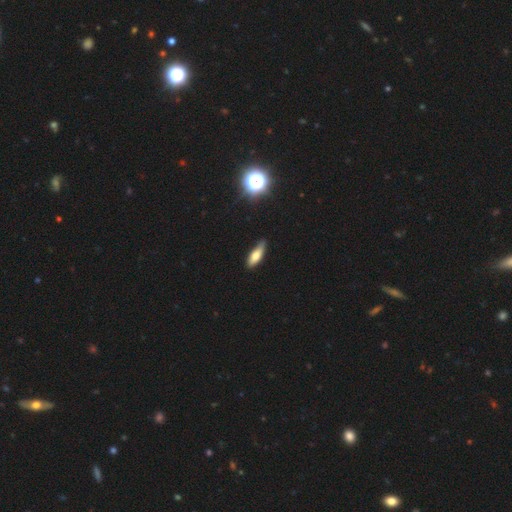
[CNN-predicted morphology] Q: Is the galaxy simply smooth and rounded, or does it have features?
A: smooth — 69%.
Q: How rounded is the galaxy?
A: in between — 53%.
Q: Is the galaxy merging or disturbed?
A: none — 69%.